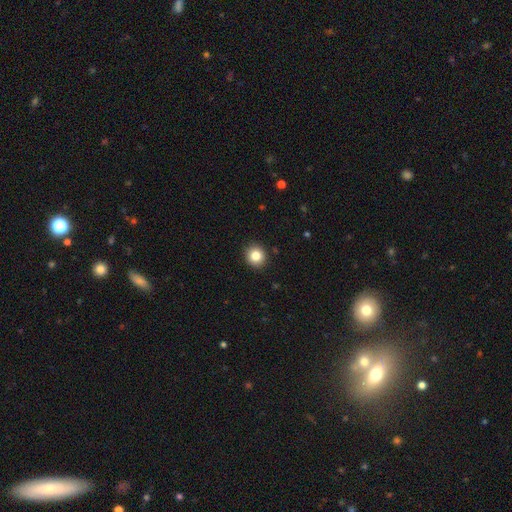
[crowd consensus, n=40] Smooth or featured?
  - smooth: 90% *
  - star or artifact: 10%
  - featured or disk: 0%
How rounded?
  - round: 94% *
  - in between: 6%
  - cigar-shaped: 0%
Merging?
  - none: 92% *
  - minor disturbance: 6%
  - major disturbance: 3%
  - merger: 0%